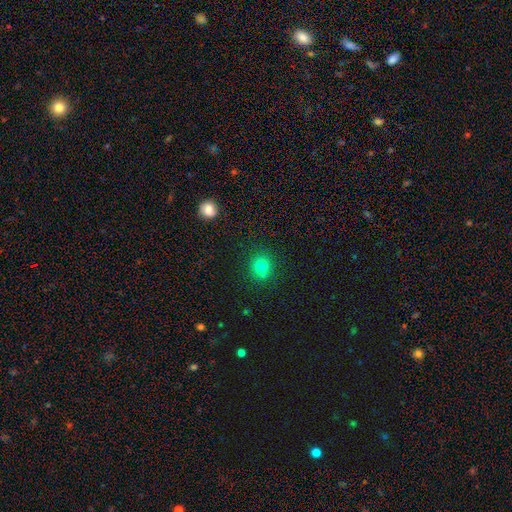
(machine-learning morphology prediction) Smooth or featured? smooth (74%)
How rounded? round (88%)
Merging? none (90%)